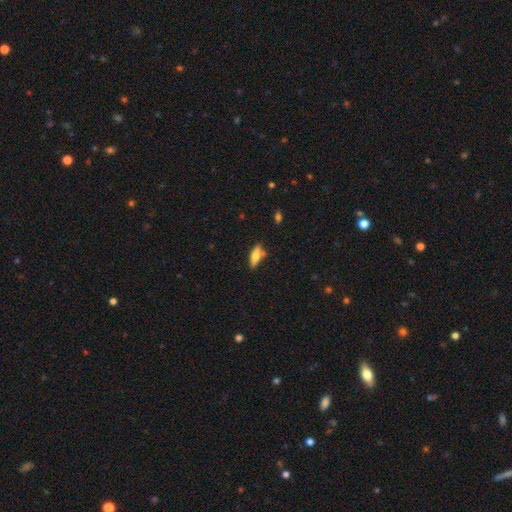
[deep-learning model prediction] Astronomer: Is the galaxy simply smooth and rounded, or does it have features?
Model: smooth — 62%.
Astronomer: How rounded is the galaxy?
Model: in between — 54% (runner-up: cigar-shaped, 43%).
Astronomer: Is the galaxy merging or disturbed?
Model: none — 72%.